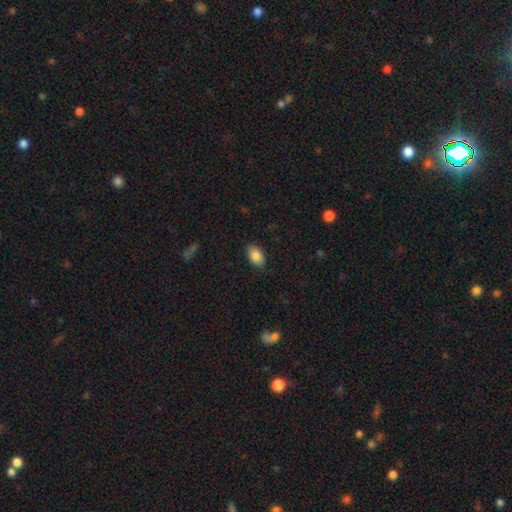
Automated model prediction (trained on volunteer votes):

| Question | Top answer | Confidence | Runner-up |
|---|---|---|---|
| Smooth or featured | smooth | 85% | star or artifact (8%) |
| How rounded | in between | 90% | round (8%) |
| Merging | none | 84% | minor disturbance (12%) |